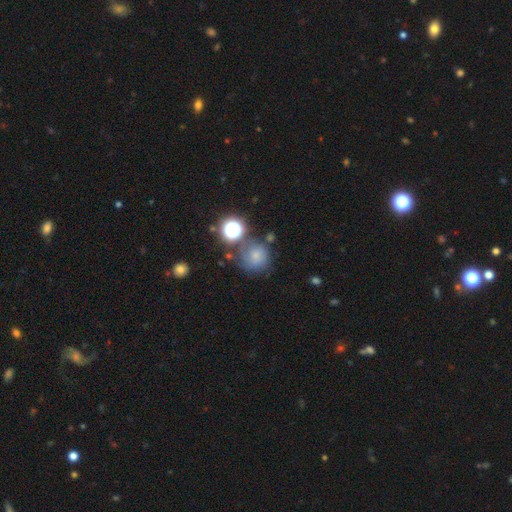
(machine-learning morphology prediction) The model was most divided on "merging": none: 57%, minor disturbance: 19%, merger: 13%, major disturbance: 10%. More confident: how rounded — round (87%); smooth or featured — smooth (66%).